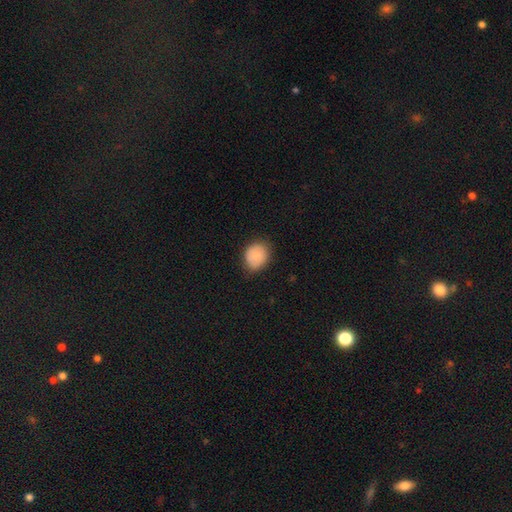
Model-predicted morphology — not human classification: type=smooth (81%); roundness=round (66%); merging=none (79%).